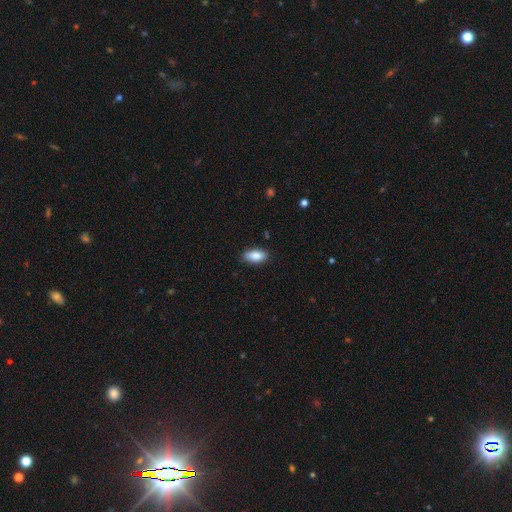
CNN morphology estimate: This appears to be a smooth galaxy with no disk features (85%) that is in between round and cigar-shaped (87%). Merging: none (85%).